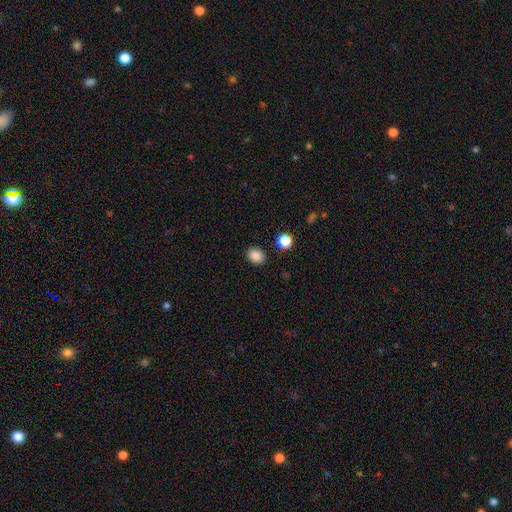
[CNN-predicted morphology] smooth-or-featured: smooth: 86% | star or artifact: 10% | featured or disk: 3%
  how-rounded: in between: 53% | round: 46% | cigar-shaped: 1%
  merging: none: 88% | minor disturbance: 7% | major disturbance: 2% | merger: 2%